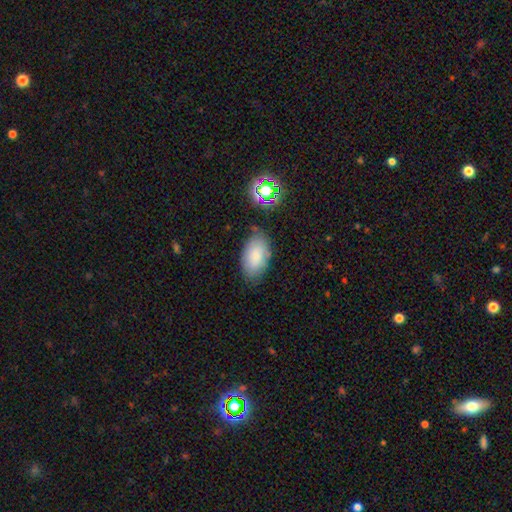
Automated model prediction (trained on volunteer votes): The model was most divided on "merging": none: 71%, minor disturbance: 20%, major disturbance: 5%, merger: 4%. More confident: how rounded — in between (94%); smooth or featured — smooth (79%).